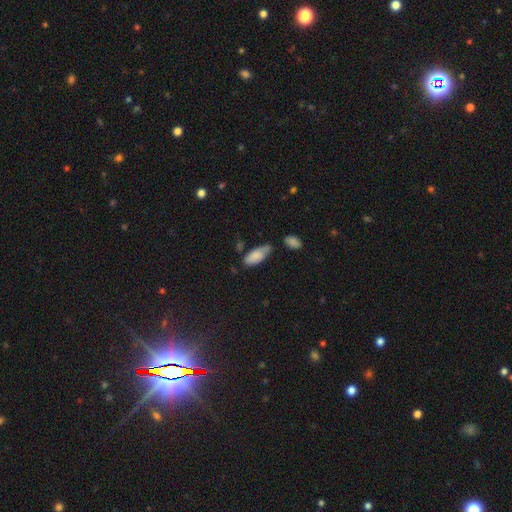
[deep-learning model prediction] smooth 85%, featured or disk 8%, star or artifact 7%. Down the decision tree: how rounded — in between (82%); merging — none (52%).